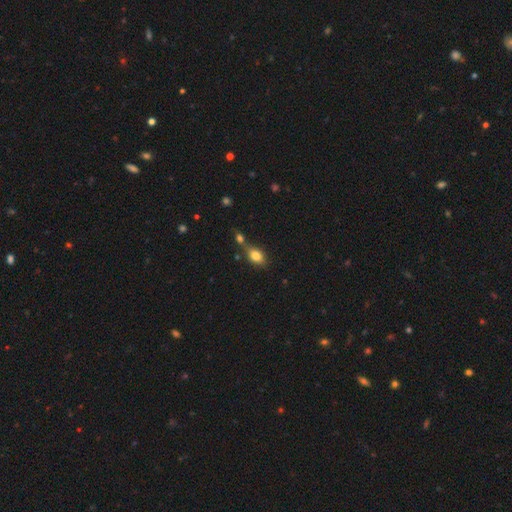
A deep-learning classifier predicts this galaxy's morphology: smooth_or_featured: smooth (p=0.79) [alt: featured or disk p=0.11]
how_rounded: in between (p=0.76) [alt: round p=0.21]
merging: none (p=0.47) [alt: merger p=0.32]